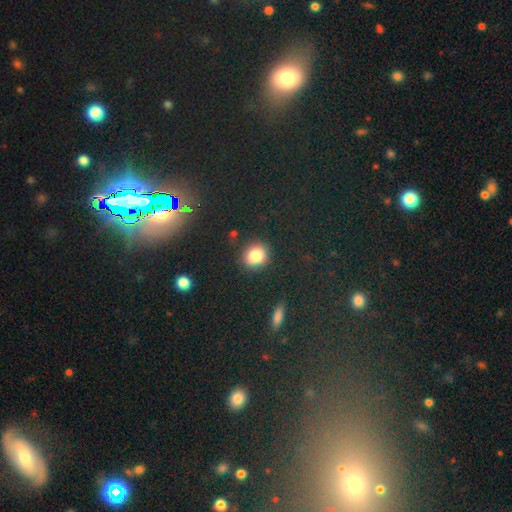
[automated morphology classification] Smooth or featured?
  - smooth: 84% *
  - star or artifact: 10%
  - featured or disk: 6%
How rounded?
  - round: 72% *
  - in between: 27%
  - cigar-shaped: 2%
Merging?
  - none: 81% *
  - minor disturbance: 12%
  - major disturbance: 3%
  - merger: 3%